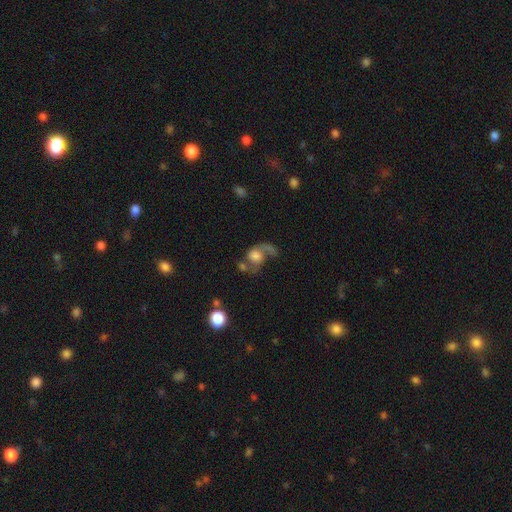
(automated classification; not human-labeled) Smooth or featured: featured or disk — 52% (smooth — 38%)
Edge-on disk: no — 97% (yes — 3%)
Bar: no — 76% (weak — 20%)
Spiral arms: yes — 77% (no — 23%)
Bulge size: large — 33% (moderate — 29%)
Merging: major disturbance — 39% (none — 26%)